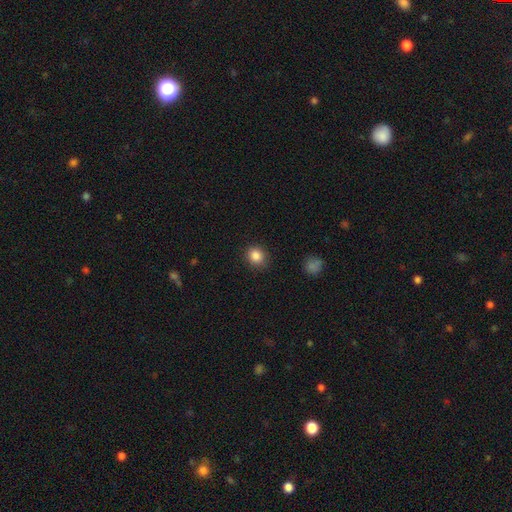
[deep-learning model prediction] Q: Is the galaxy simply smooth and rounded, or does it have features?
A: smooth — 86%.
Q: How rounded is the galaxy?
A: round — 77%.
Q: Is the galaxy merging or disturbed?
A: none — 86%.